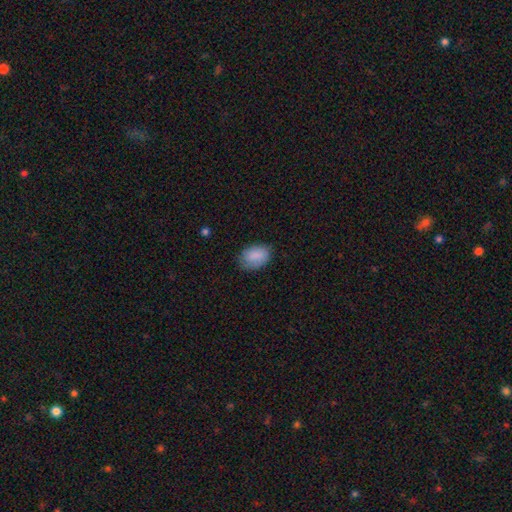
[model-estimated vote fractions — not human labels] Morphology: type=smooth (87%); roundness=in between (81%); merging=none (74%).